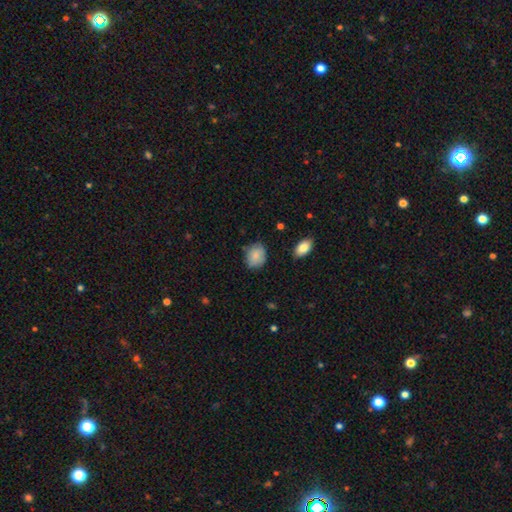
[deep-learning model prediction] Overall: smooth (84%). How rounded: in between (56%; round 43%). Merging: none (77%).